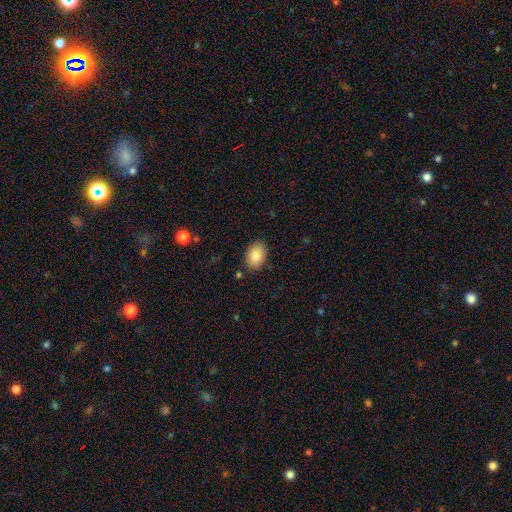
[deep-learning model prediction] This is clearly a smooth galaxy (86%). How rounded: clearly in between (85%). Merging: clearly none (83%).